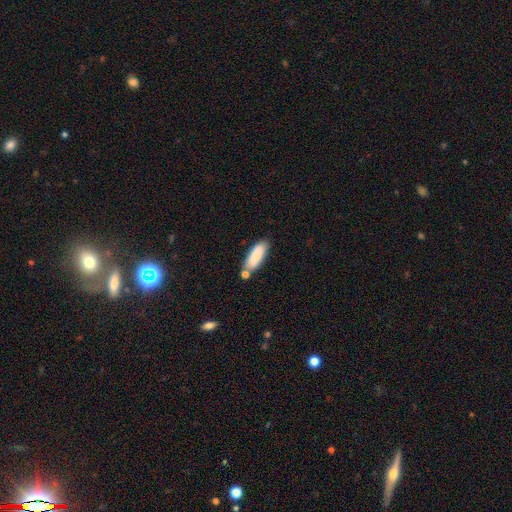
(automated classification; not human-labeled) A smooth galaxy with no disk features (84%) that is in between round and cigar-shaped (67%). Merging: none (63%).